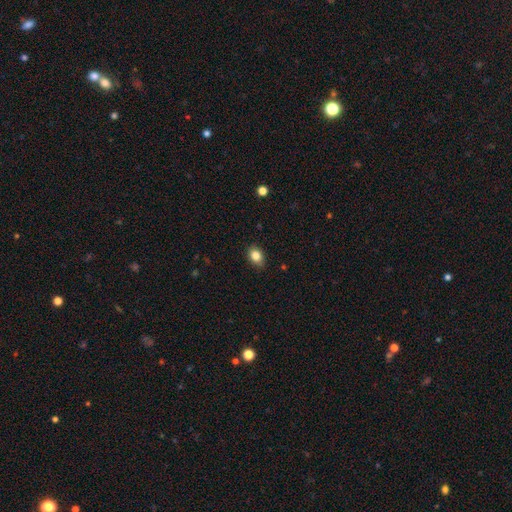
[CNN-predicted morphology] This appears to be a smooth galaxy with no disk features (84%) that is in between round and cigar-shaped (71%). Merging: none (84%).